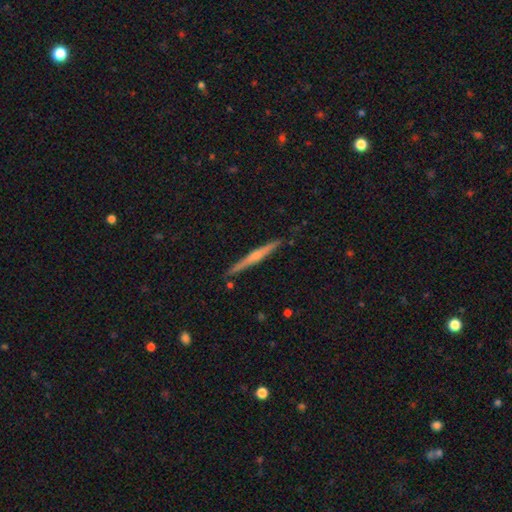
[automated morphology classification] Q: Smooth or featured?
A: featured or disk (68%); runner-up: smooth (26%)
Q: Edge-on disk?
A: yes (98%); runner-up: no (2%)
Q: Edge-on bulge?
A: rounded (69%); runner-up: none (21%)
Q: Merging?
A: none (89%); runner-up: minor disturbance (8%)